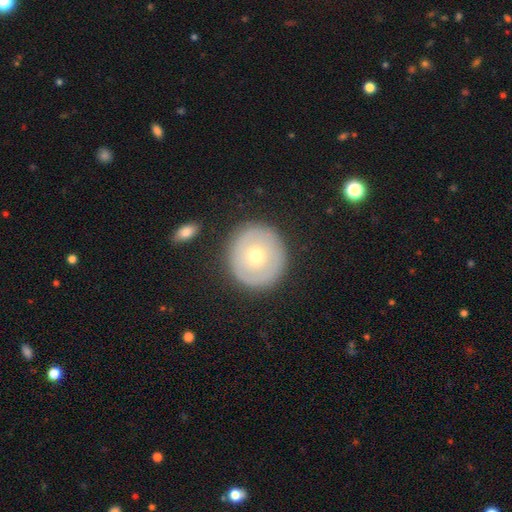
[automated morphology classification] Smooth or featured: smooth — 52% (featured or disk — 41%)
How rounded: round — 85% (in between — 14%)
Merging: none — 86% (minor disturbance — 9%)